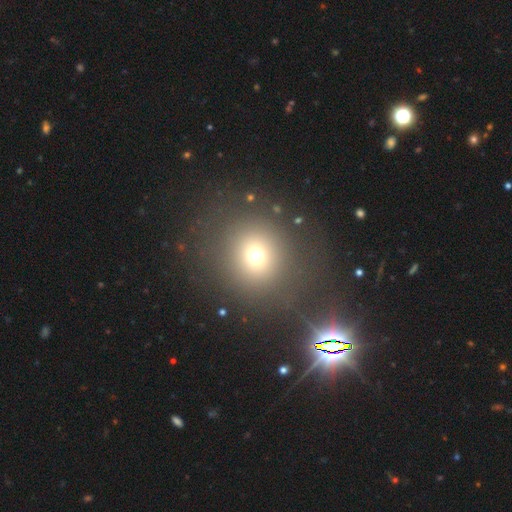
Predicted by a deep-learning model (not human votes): smooth 69%, star or artifact 21%, featured or disk 10%. Down the decision tree: how rounded — round (89%); merging — none (78%).